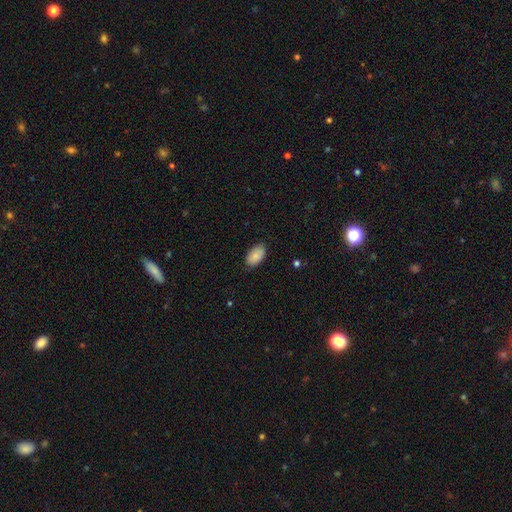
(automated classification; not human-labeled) This appears to be a smooth galaxy with no disk features (87%) that is in between round and cigar-shaped (94%). Merging: none (82%).